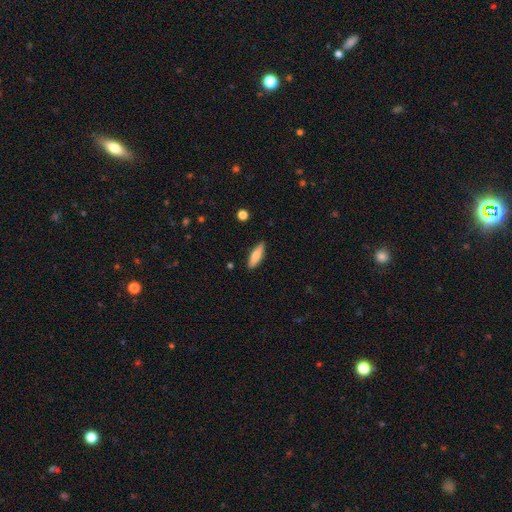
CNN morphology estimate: smooth 78%, featured or disk 16%, star or artifact 6%. Down the decision tree: how rounded — cigar-shaped (52%); merging — none (87%).